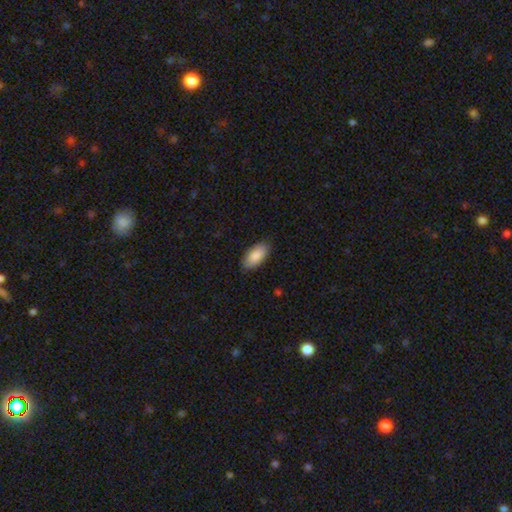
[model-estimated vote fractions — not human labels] Smooth or featured? Predicted: smooth (p=0.88). How rounded? Predicted: in between (p=0.94). Merging? Predicted: none (p=0.87).